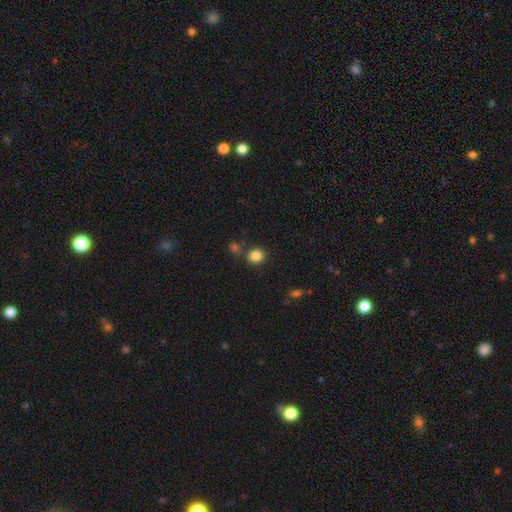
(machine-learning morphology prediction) A smooth galaxy with no disk features (85%) that is round (79%). Merging: none (77%).